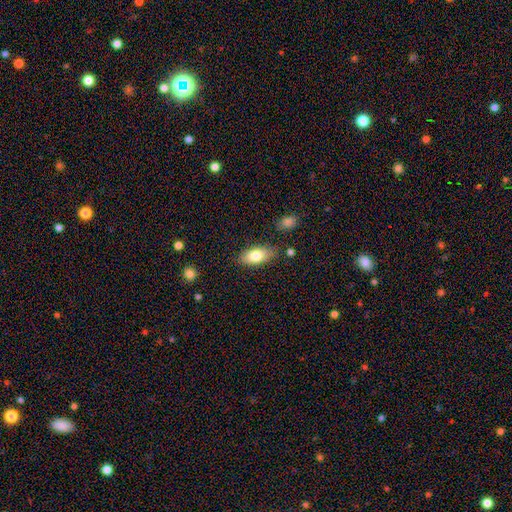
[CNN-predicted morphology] smooth-or-featured: smooth: 78% | featured or disk: 15% | star or artifact: 7%
  how-rounded: in between: 87% | cigar-shaped: 9% | round: 3%
  merging: none: 82% | minor disturbance: 12% | major disturbance: 3% | merger: 3%